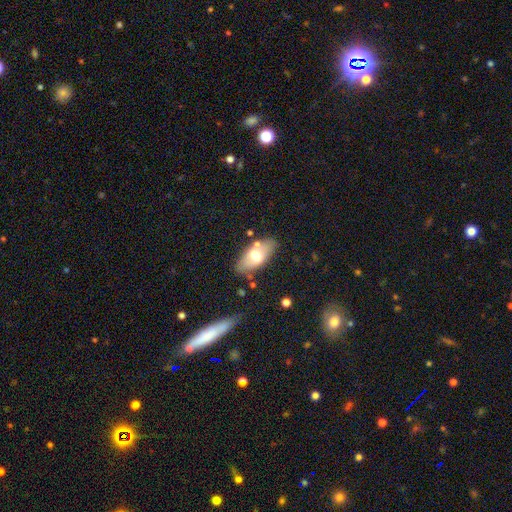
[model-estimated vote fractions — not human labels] The model was most divided on "smooth or featured": smooth: 63%, featured or disk: 31%, star or artifact: 7%. More confident: how rounded — in between (90%); merging — none (76%).